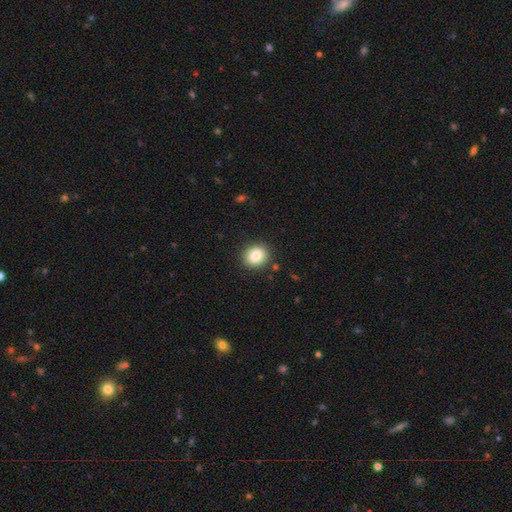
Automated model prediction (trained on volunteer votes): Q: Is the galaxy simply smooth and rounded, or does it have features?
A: smooth — 84%.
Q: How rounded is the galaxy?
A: round — 82%.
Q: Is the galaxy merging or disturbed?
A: none — 89%.